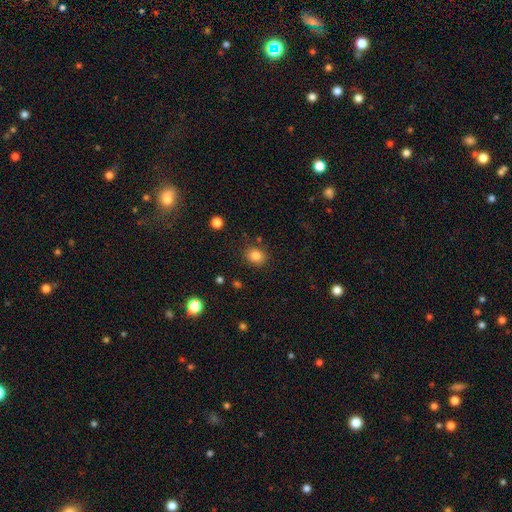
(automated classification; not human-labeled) This appears to be a smooth galaxy with no disk features (83%) that is round (65%). Merging: none (84%).